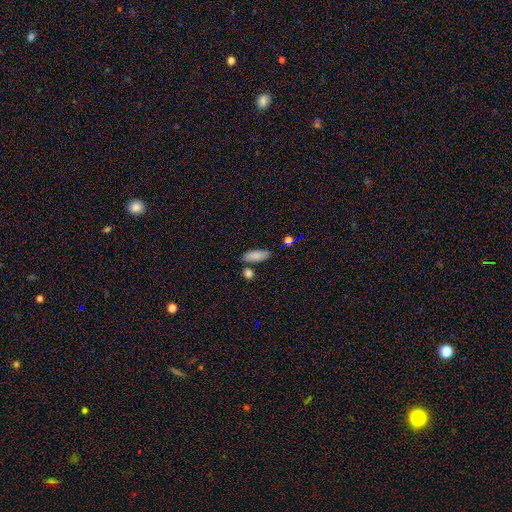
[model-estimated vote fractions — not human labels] Smooth or featured?
  - smooth: 85% *
  - star or artifact: 8%
  - featured or disk: 7%
How rounded?
  - in between: 79% *
  - cigar-shaped: 19%
  - round: 3%
Merging?
  - none: 73% *
  - minor disturbance: 13%
  - merger: 10%
  - major disturbance: 3%